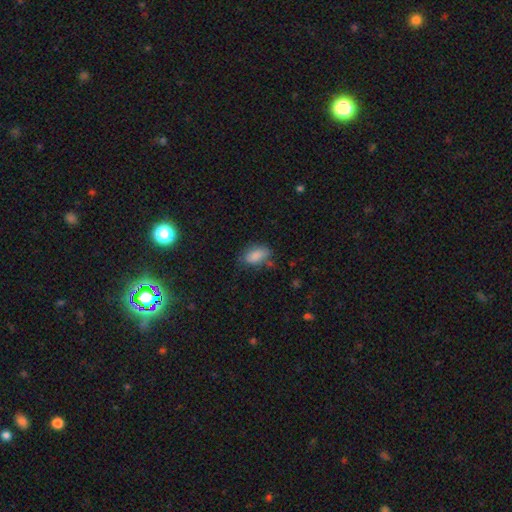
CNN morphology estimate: Q: Smooth or featured?
A: smooth (84%); runner-up: star or artifact (8%)
Q: How rounded?
A: in between (90%); runner-up: round (7%)
Q: Merging?
A: none (63%); runner-up: minor disturbance (25%)